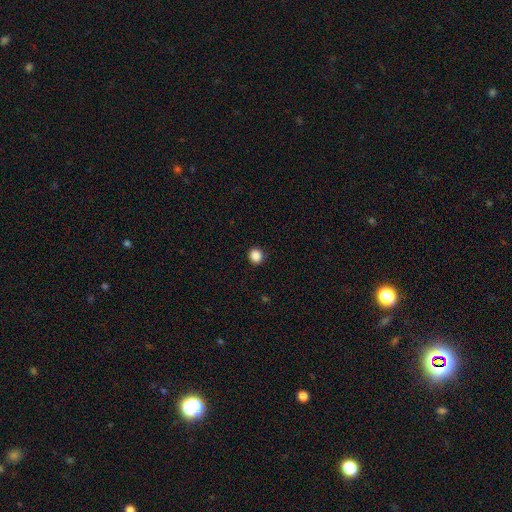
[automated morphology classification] Smooth or featured?
  - smooth: 88% *
  - star or artifact: 10%
  - featured or disk: 2%
How rounded?
  - round: 90% *
  - in between: 9%
  - cigar-shaped: 1%
Merging?
  - none: 92% *
  - minor disturbance: 5%
  - major disturbance: 2%
  - merger: 1%